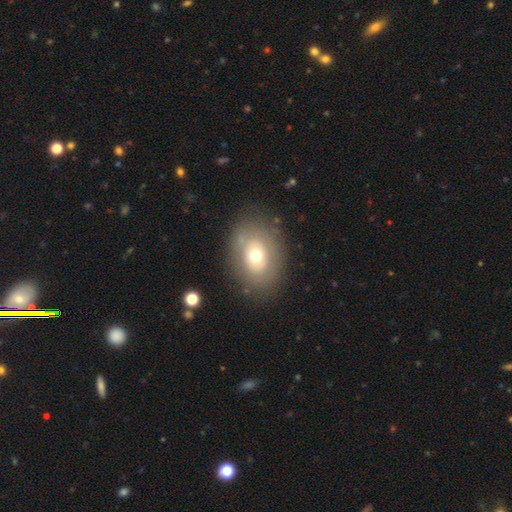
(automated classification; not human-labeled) smooth_or_featured: smooth (p=0.55) [alt: featured or disk p=0.35]
how_rounded: in between (p=0.60) [alt: round p=0.39]
merging: none (p=0.78) [alt: minor disturbance p=0.13]